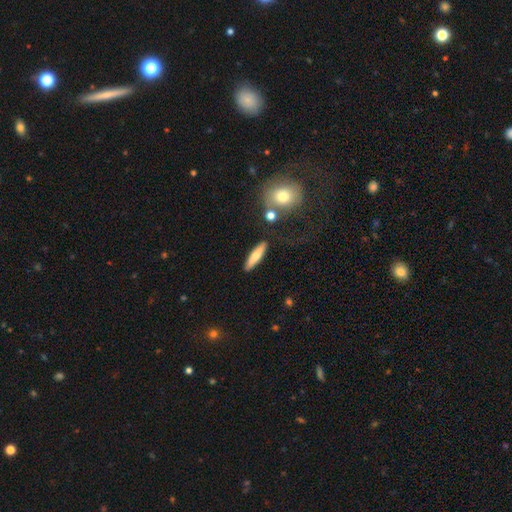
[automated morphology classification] Smooth or featured? Predicted: smooth (p=0.65). How rounded? Predicted: cigar-shaped (p=0.78). Merging? Predicted: none (p=0.86).